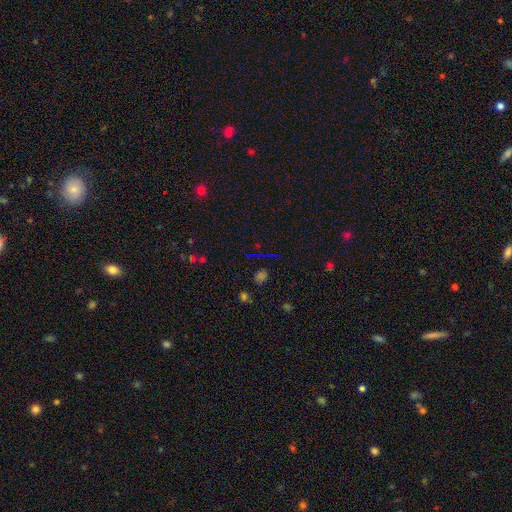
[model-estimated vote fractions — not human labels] Smooth or featured? Predicted: star or artifact (p=0.65).